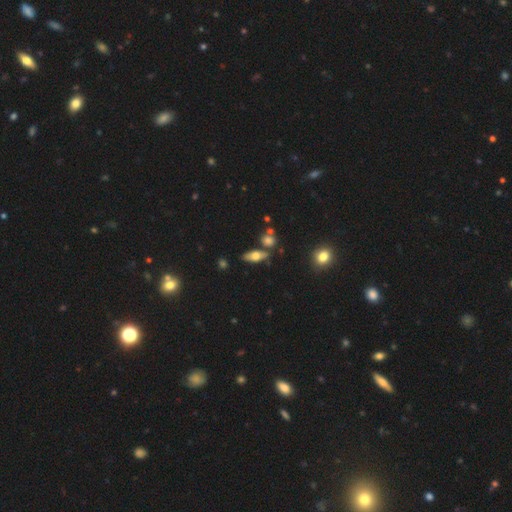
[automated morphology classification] This appears to be a smooth galaxy with no disk features (54%) that is in between round and cigar-shaped (66%). Merging: none (72%).